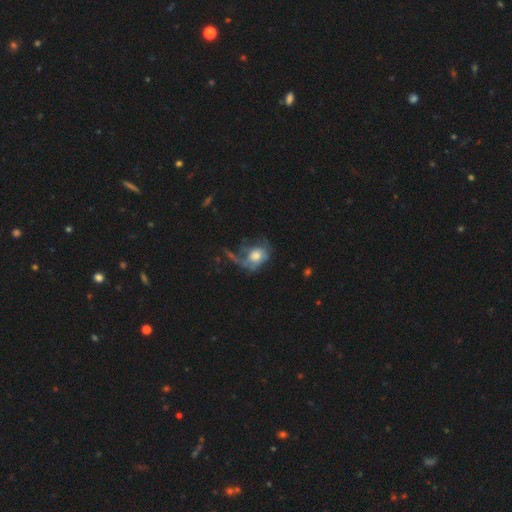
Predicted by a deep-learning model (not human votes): Smooth or featured?
  - smooth: 48% *
  - featured or disk: 43%
  - star or artifact: 9%
Merging?
  - major disturbance: 49% *
  - none: 26%
  - minor disturbance: 17%
  - merger: 7%